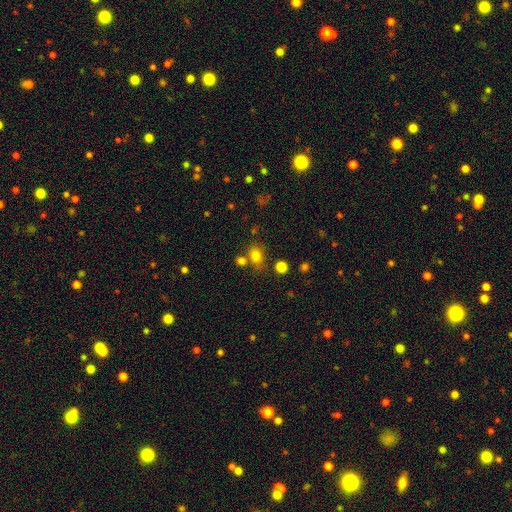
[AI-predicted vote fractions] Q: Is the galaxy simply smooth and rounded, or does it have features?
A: smooth — 78%.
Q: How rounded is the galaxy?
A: in between — 54%.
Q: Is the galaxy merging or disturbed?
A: none — 64%.